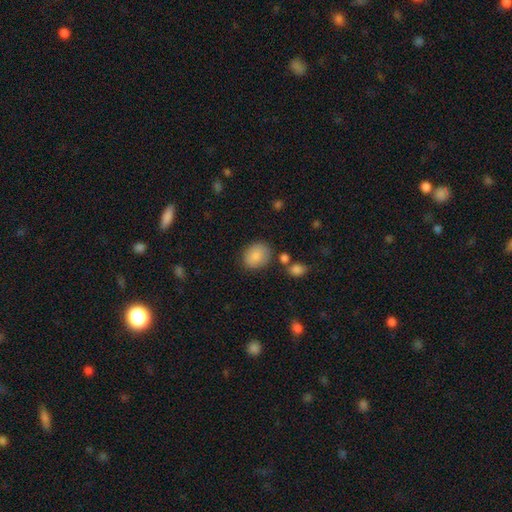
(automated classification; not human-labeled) Smooth or featured? Predicted: smooth (p=0.86). How rounded? Predicted: round (p=0.55). Merging? Predicted: none (p=0.78).